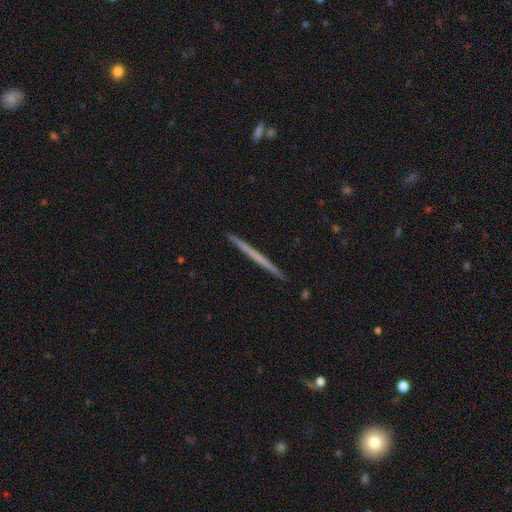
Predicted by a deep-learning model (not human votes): Smooth or featured: featured or disk — 49% (smooth — 45%)
Merging: none — 93% (minor disturbance — 5%)